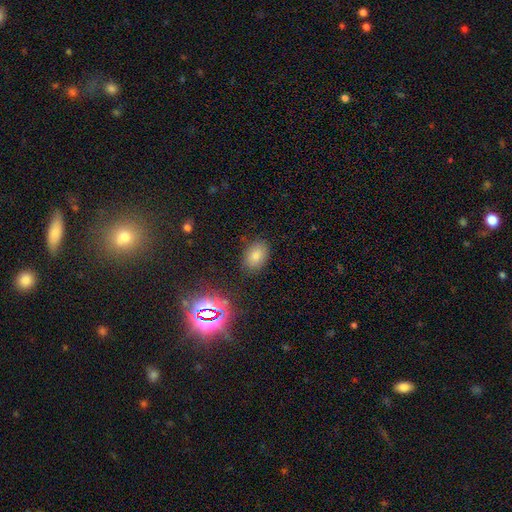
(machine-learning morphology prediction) Smooth or featured? Predicted: smooth (p=0.67). How rounded? Predicted: in between (p=0.77). Merging? Predicted: none (p=0.86).